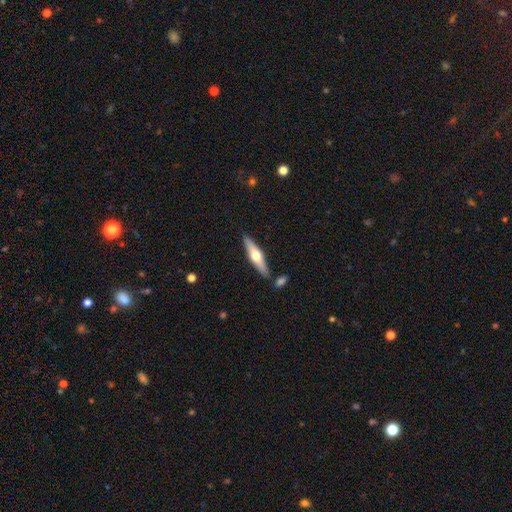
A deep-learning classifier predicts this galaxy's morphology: This appears to be a featured or disk galaxy (55%) viewed edge-on (93%) with a rounded central bulge (94%). Merging: none (85%).